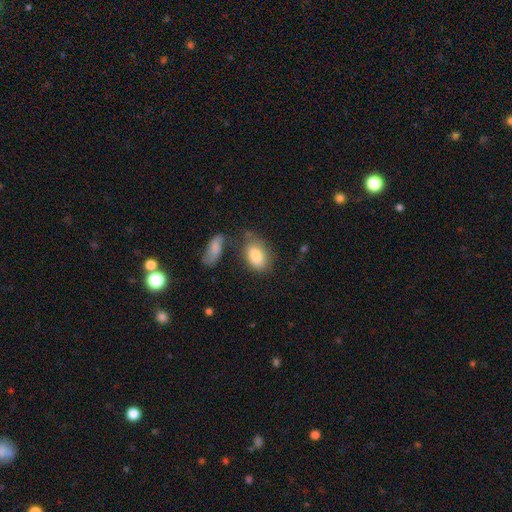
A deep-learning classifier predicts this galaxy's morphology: Smooth or featured: smooth — 84% (featured or disk — 10%)
How rounded: in between — 91% (round — 7%)
Merging: none — 59% (minor disturbance — 21%)